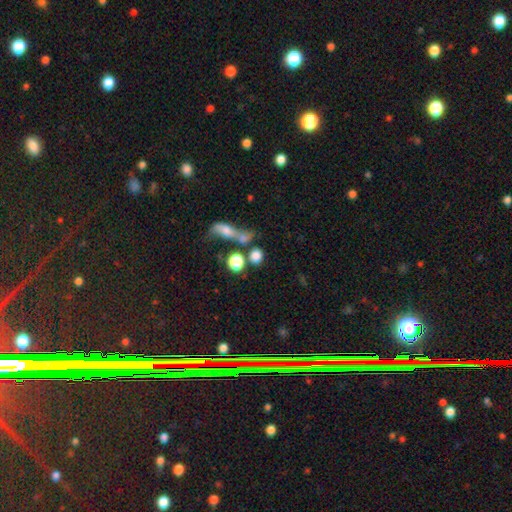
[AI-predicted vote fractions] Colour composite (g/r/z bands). It shows a smooth galaxy with no disk features (77%) that is round (66%). Merging: none (53%).